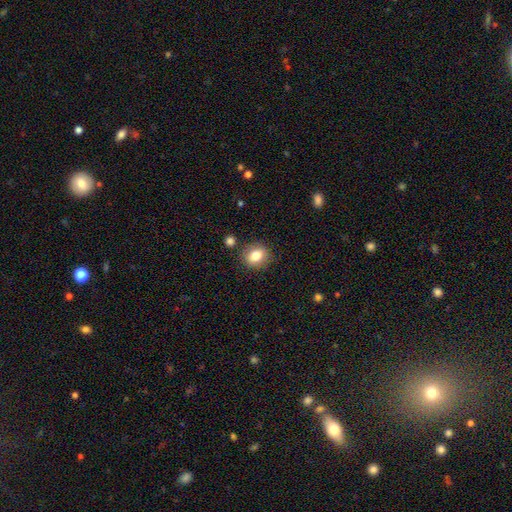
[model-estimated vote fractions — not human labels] Smooth or featured: smooth — 82% (star or artifact — 9%)
How rounded: round — 54% (in between — 45%)
Merging: none — 84% (minor disturbance — 10%)